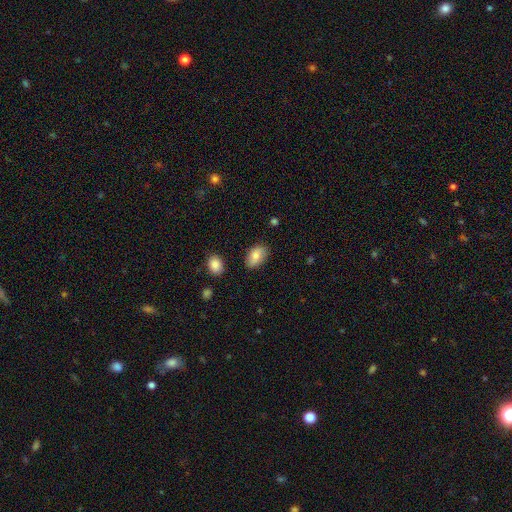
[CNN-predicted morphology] Smooth or featured: smooth — 79% (featured or disk — 14%)
How rounded: in between — 90% (round — 8%)
Merging: none — 81% (minor disturbance — 14%)